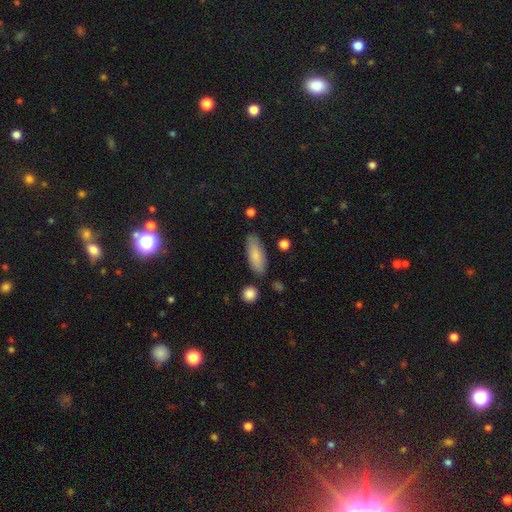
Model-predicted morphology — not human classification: smooth_or_featured: smooth (p=0.82) [alt: featured or disk p=0.13]
how_rounded: in between (p=0.68) [alt: cigar-shaped p=0.30]
merging: none (p=0.81) [alt: minor disturbance p=0.13]